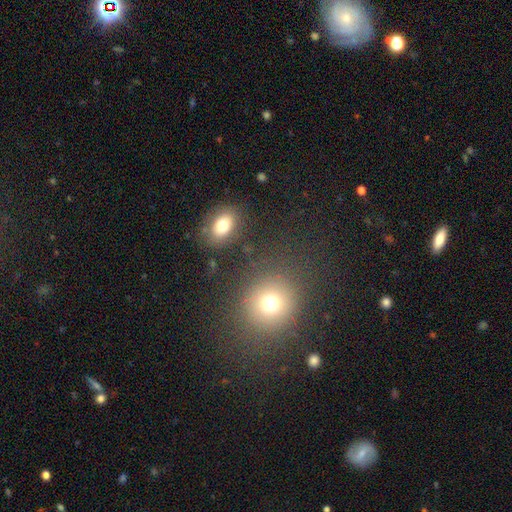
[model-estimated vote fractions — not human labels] A smooth galaxy with no disk features (59%) that is round (74%).

Vote fractions:
- Smooth or featured? smooth: 59% / star or artifact: 31% / featured or disk: 10%
- How rounded? round: 74% / in between: 25% / cigar-shaped: 2%
- Merging? none: 82% / minor disturbance: 9% / merger: 5% / major disturbance: 4%